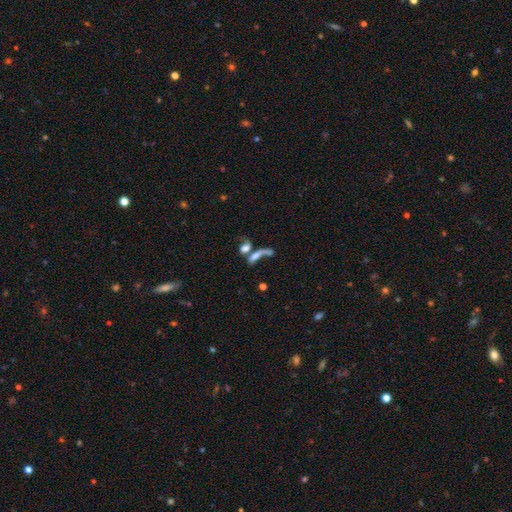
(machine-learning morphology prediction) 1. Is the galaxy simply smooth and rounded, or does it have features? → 53% smooth, 32% featured or disk, 15% star or artifact.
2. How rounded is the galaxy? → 47% in between, 38% cigar-shaped, 15% round.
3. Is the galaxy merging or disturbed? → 50% merger, 23% none, 19% major disturbance, 8% minor disturbance.